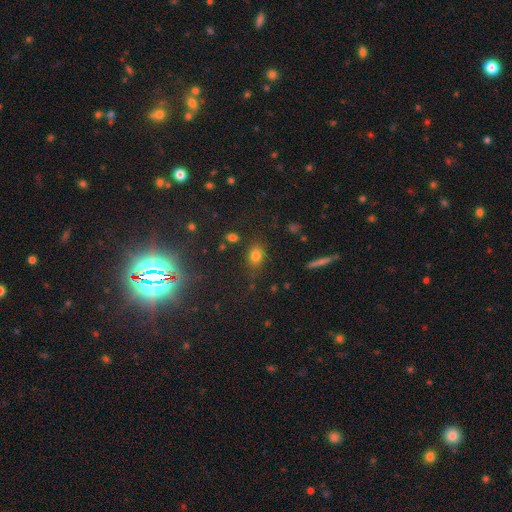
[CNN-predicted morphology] The model was most divided on "how rounded": in between: 65%, round: 33%, cigar-shaped: 2%. More confident: merging — none (80%); smooth or featured — smooth (78%).